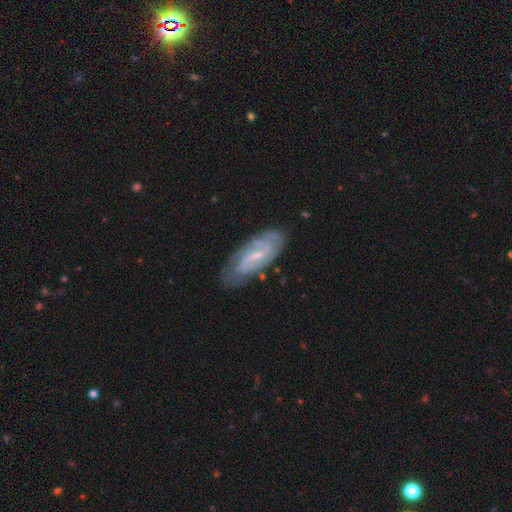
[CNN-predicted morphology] Smooth or featured?
  - featured or disk: 80% *
  - smooth: 14%
  - star or artifact: 6%
Edge-on disk?
  - no: 91% *
  - yes: 9%
Bar?
  - weak: 51% *
  - no: 30%
  - strong: 20%
Spiral arms?
  - yes: 92% *
  - no: 8%
Spiral winding?
  - tight: 47% *
  - medium: 39%
  - loose: 13%
Spiral arm count?
  - 2: 57% *
  - can't tell: 25%
  - 3: 9%
  - 1: 4%
  - 4: 3%
  - more than 4: 3%
Bulge size?
  - small: 69% *
  - moderate: 23%
  - none: 6%
  - large: 1%
  - dominant: 1%
Merging?
  - none: 75% *
  - minor disturbance: 18%
  - major disturbance: 5%
  - merger: 2%